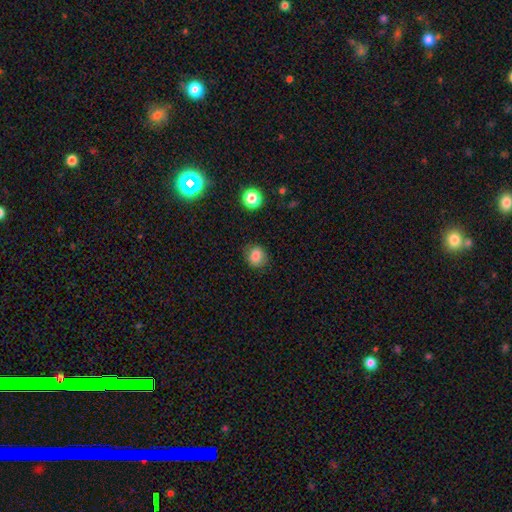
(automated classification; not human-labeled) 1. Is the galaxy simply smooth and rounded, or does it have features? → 83% smooth, 11% star or artifact, 6% featured or disk.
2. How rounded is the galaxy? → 69% round, 30% in between, 1% cigar-shaped.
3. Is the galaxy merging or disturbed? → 81% none, 14% minor disturbance, 4% major disturbance, 1% merger.